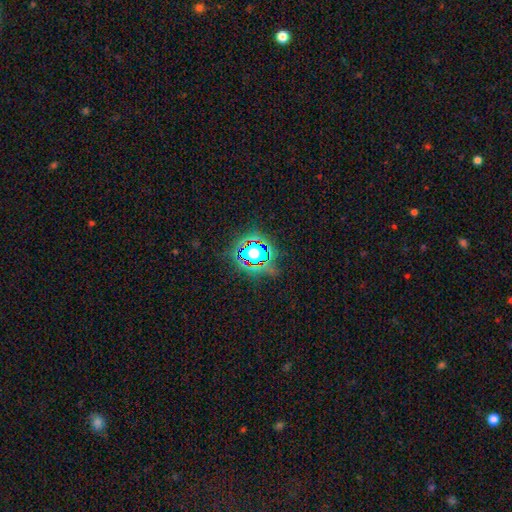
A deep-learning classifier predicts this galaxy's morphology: Overall: star or artifact (59%; smooth 28%).